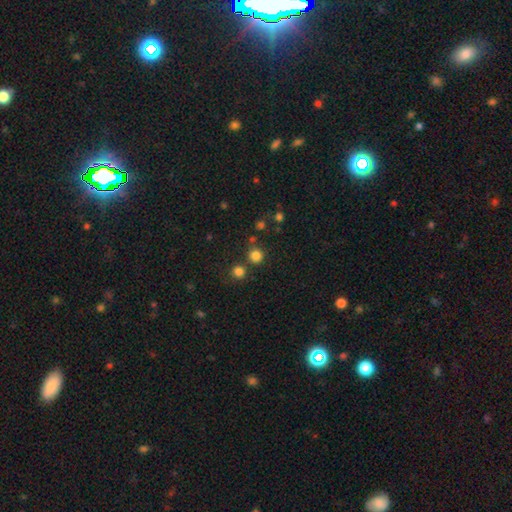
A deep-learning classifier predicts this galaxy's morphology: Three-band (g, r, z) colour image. It shows a smooth galaxy with no disk features (80%) that is round (93%). Merging: none (78%).